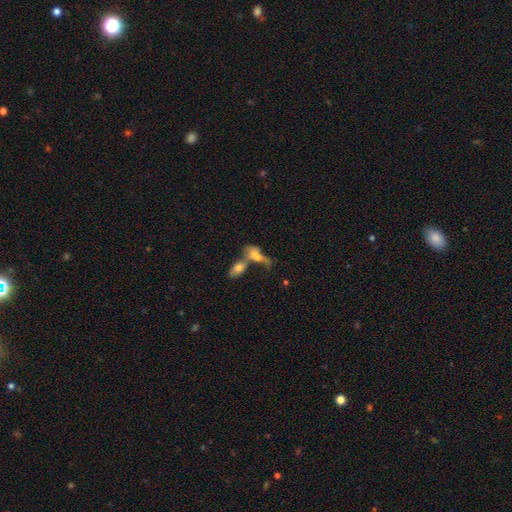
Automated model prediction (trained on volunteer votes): Smooth or featured? smooth (55%)
How rounded? in between (73%)
Merging? merger (65%)